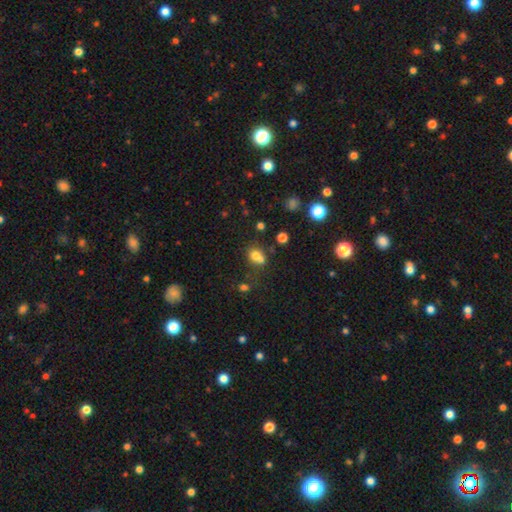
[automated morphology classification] The model was most divided on "merging": merger: 47%, none: 39%, minor disturbance: 10%, major disturbance: 4%. More confident: smooth or featured — smooth (71%); how rounded — round (67%).